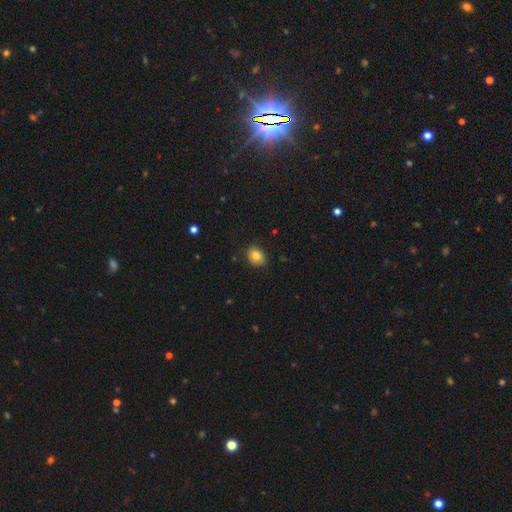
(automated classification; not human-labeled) Smooth or featured? smooth (82%)
How rounded? in between (58%)
Merging? none (83%)